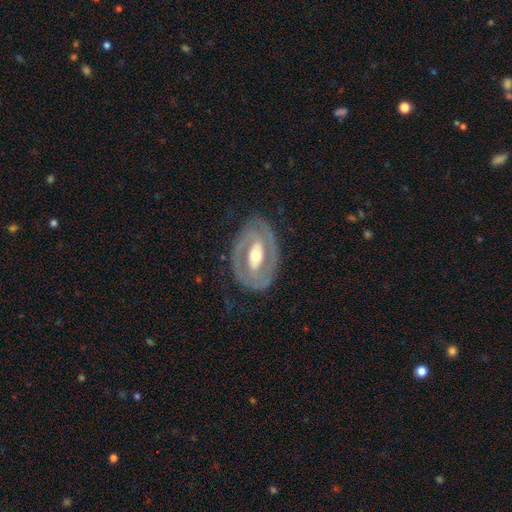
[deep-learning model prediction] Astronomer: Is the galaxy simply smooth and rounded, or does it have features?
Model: featured or disk — 81%.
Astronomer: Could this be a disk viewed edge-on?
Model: no — 94%.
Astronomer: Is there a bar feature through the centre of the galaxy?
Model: strong — 36% (runner-up: weak, 34%).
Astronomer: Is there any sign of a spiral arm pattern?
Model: yes — 68%.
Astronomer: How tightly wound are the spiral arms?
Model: tight — 59%.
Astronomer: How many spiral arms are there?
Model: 2 — 71%.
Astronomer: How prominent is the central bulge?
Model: moderate — 67%.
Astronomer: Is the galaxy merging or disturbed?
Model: none — 78%.